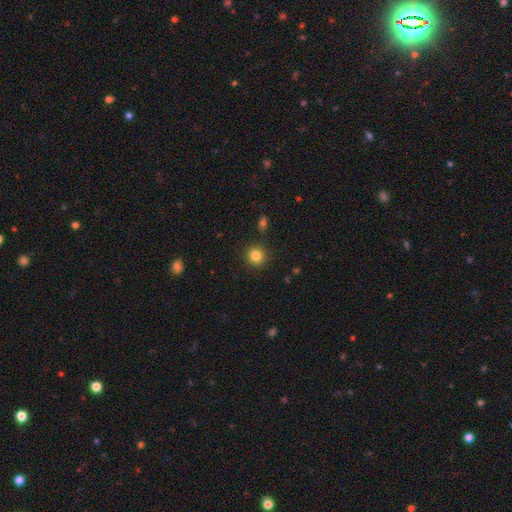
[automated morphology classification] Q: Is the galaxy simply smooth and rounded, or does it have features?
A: smooth — 83%.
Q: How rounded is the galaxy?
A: round — 91%.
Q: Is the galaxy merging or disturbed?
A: none — 89%.